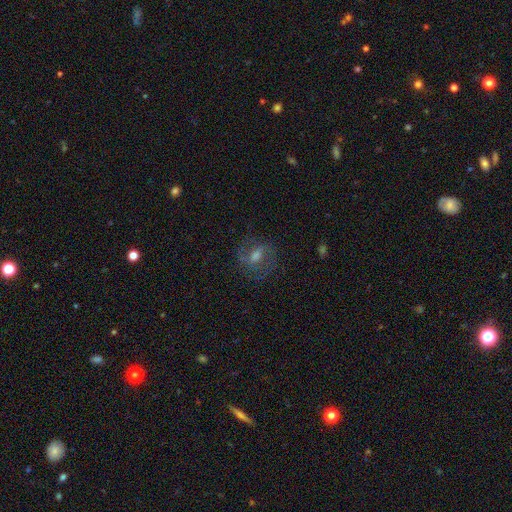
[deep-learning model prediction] featured or disk 59%, smooth 27%, star or artifact 15%. Down the decision tree: edge-on disk — no (94%); bar — weak (50%); spiral arms — yes (81%); bulge size — moderate (54%); merging — none (73%).